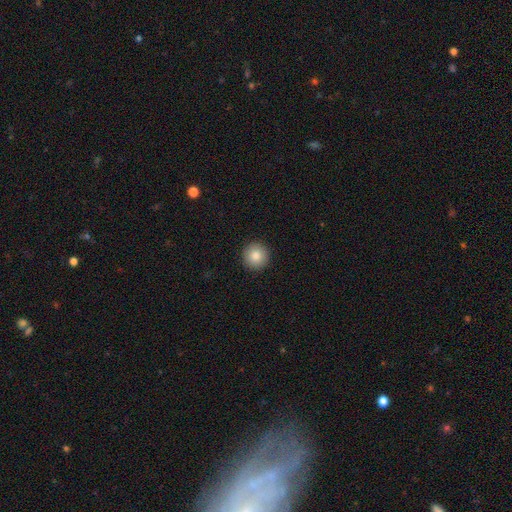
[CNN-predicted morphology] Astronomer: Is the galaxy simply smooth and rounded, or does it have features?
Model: smooth — 85%.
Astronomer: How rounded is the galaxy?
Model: round — 95%.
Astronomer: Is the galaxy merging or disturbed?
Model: none — 93%.